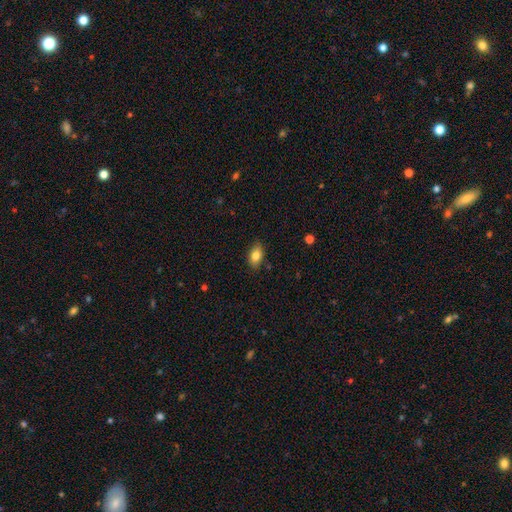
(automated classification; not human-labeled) Smooth or featured? smooth (82%)
How rounded? in between (88%)
Merging? none (83%)